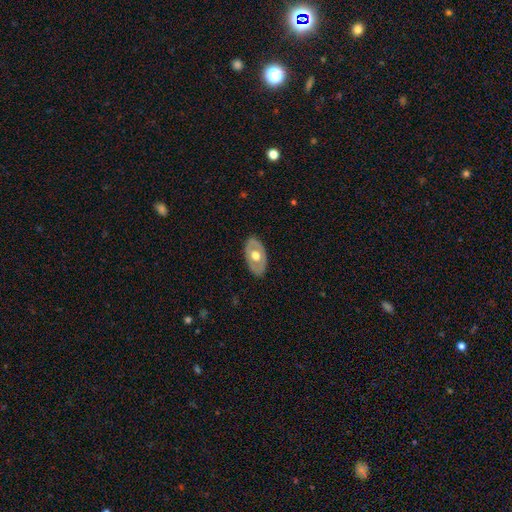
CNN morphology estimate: Smooth or featured? featured or disk (51%)
Edge-on disk? no (86%)
Merging? none (82%)